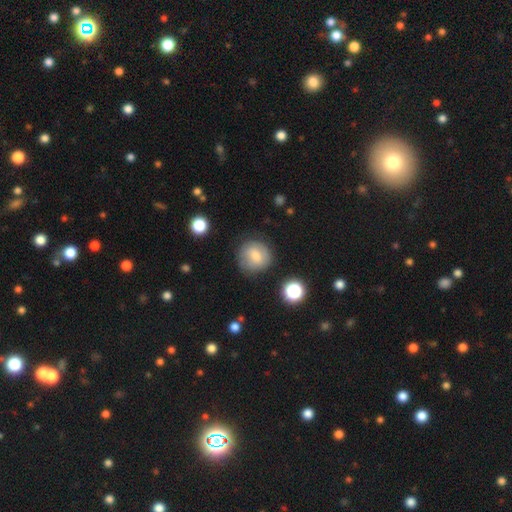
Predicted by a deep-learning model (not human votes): This is likely a smooth galaxy (69%). How rounded: clearly round (90%). Merging: likely none (79%).